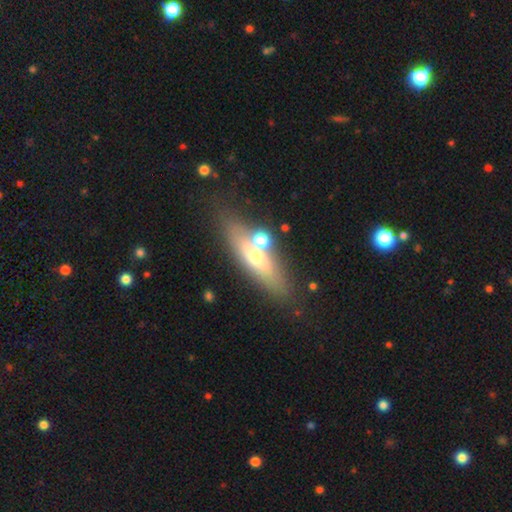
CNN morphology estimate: type=smooth (47%); merging=none (64%).